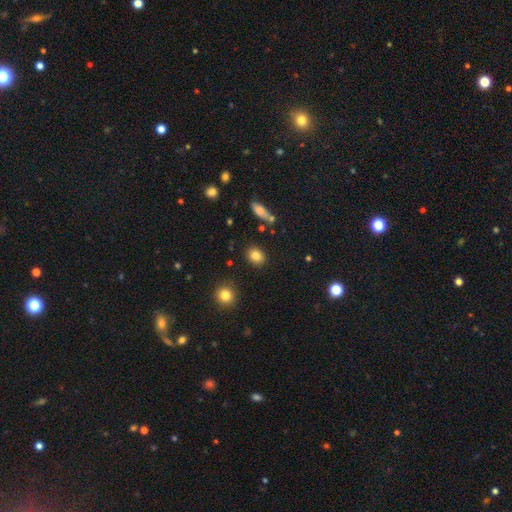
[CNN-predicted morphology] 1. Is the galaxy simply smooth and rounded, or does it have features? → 83% smooth, 10% star or artifact, 7% featured or disk.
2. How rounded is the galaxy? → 54% round, 44% in between, 1% cigar-shaped.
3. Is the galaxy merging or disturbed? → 86% none, 8% minor disturbance, 3% merger, 2% major disturbance.